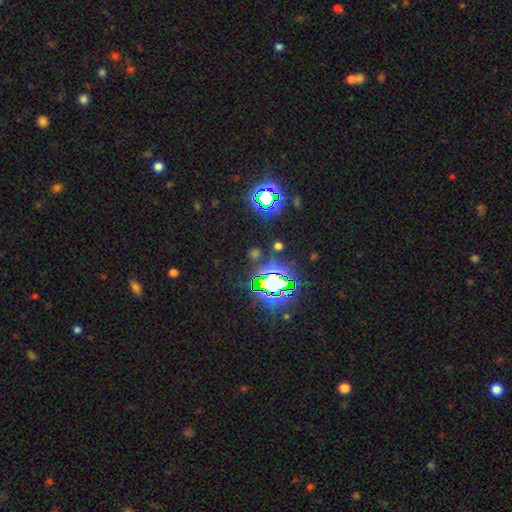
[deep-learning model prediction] Overall: star or artifact (79%).